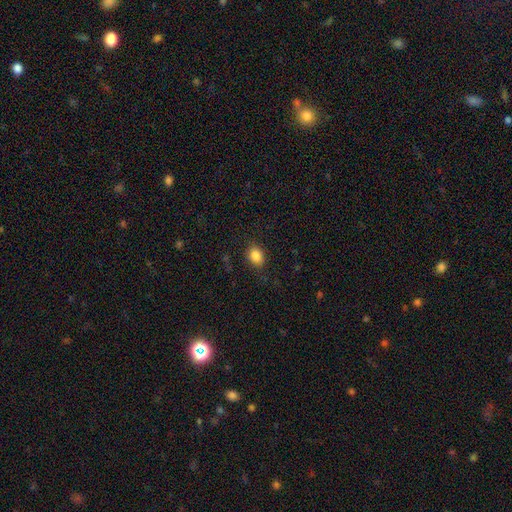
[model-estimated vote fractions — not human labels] Smooth or featured: smooth — 85% (star or artifact — 9%)
How rounded: in between — 67% (round — 31%)
Merging: none — 85% (minor disturbance — 11%)